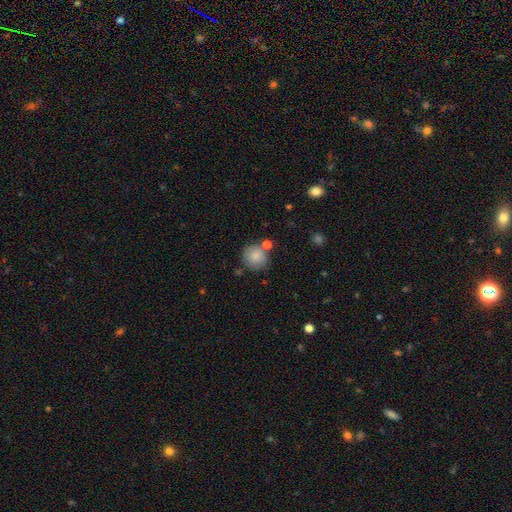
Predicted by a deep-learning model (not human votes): Overall: smooth (84%). How rounded: round (90%). Merging: none (71%).